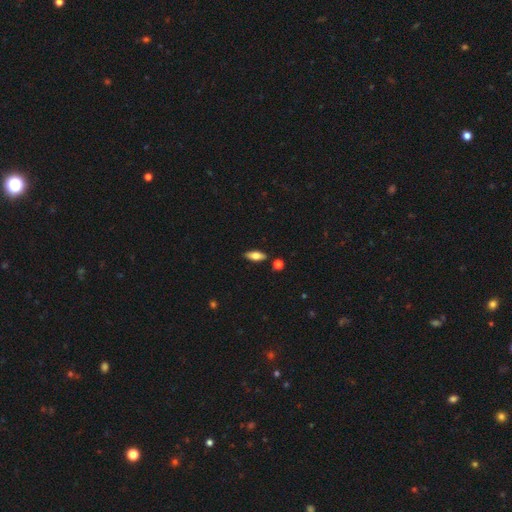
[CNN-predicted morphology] Smooth or featured: smooth — 73% (featured or disk — 20%)
How rounded: in between — 79% (cigar-shaped — 19%)
Merging: none — 86% (minor disturbance — 10%)